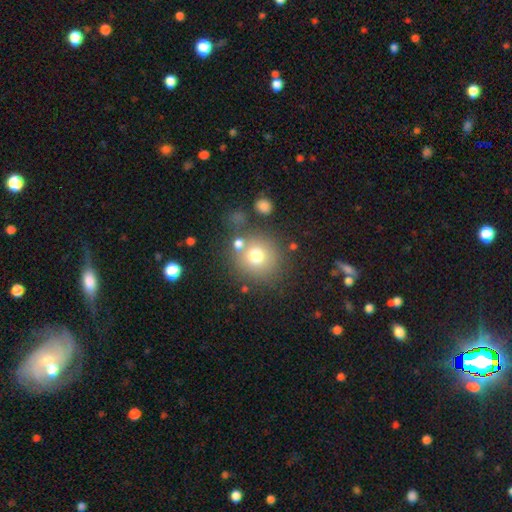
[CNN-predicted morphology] smooth 72%, star or artifact 14%, featured or disk 14%. Down the decision tree: how rounded — round (88%); merging — none (72%).